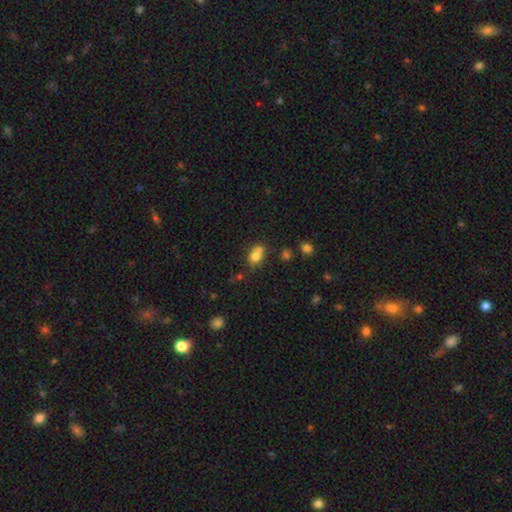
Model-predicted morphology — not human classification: This is likely a smooth galaxy (76%). How rounded: possibly in between (54%). Merging: marginally merger (41%).